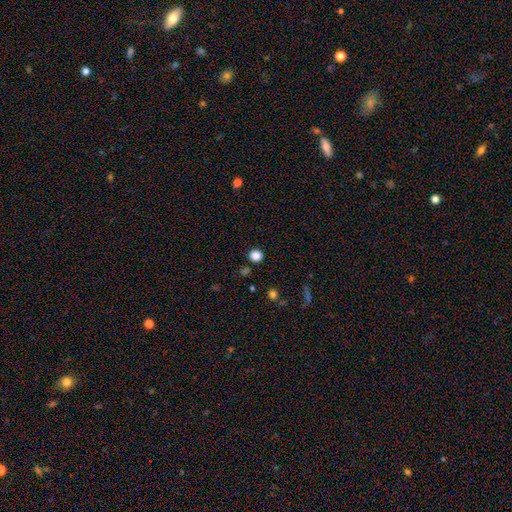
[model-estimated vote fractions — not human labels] Q: Smooth or featured?
A: smooth (84%); runner-up: star or artifact (13%)
Q: How rounded?
A: round (88%); runner-up: in between (11%)
Q: Merging?
A: none (89%); runner-up: minor disturbance (6%)